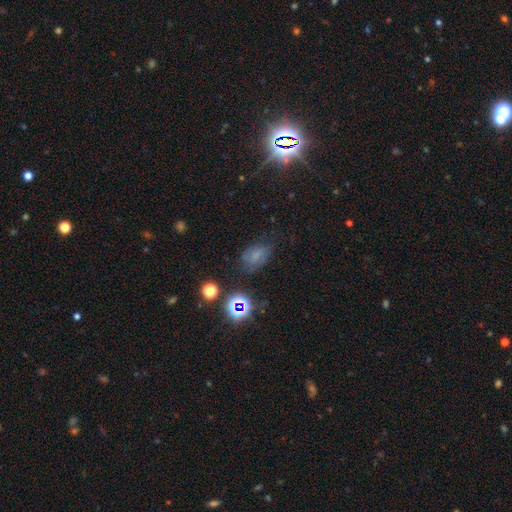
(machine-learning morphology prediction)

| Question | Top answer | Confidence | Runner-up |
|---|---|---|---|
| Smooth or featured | smooth | 53% | star or artifact (27%) |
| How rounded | in between | 77% | round (21%) |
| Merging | none | 58% | minor disturbance (25%) |